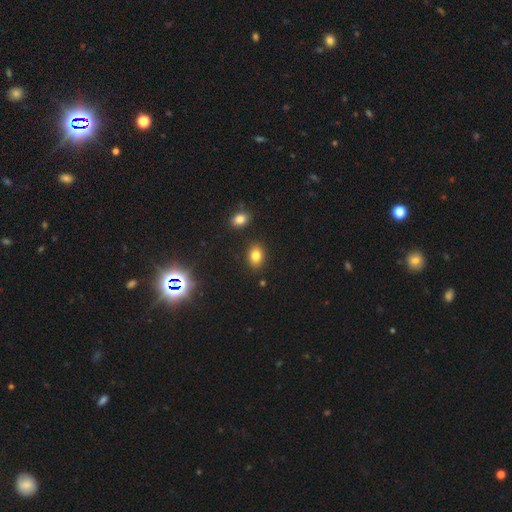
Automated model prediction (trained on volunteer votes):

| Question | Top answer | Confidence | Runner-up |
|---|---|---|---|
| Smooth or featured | smooth | 80% | star or artifact (13%) |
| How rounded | in between | 67% | round (32%) |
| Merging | none | 86% | minor disturbance (9%) |